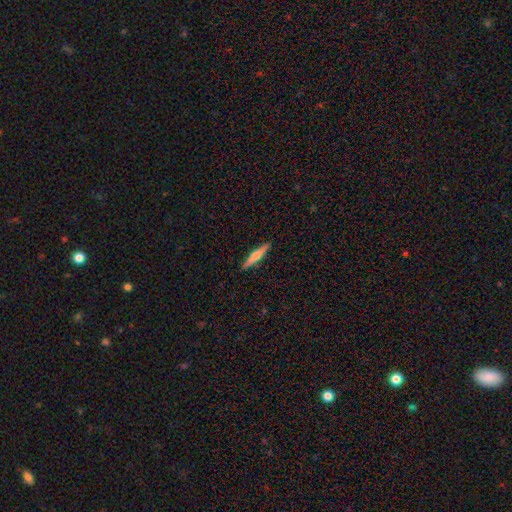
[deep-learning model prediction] Morphology: type=smooth (48%); merging=none (91%).